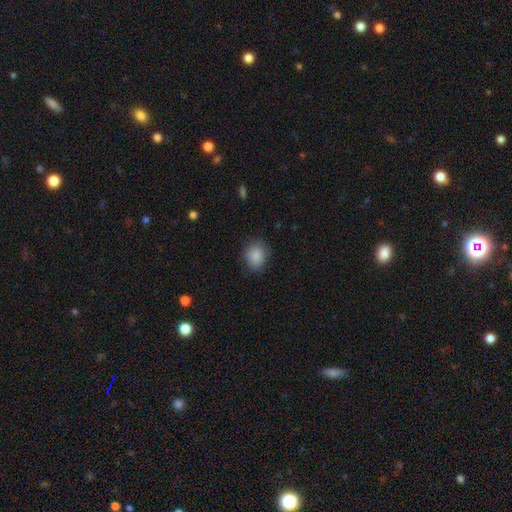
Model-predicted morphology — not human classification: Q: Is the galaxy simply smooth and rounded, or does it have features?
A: smooth — 87%.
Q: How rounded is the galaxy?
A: round — 62%.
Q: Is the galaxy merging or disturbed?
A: none — 81%.